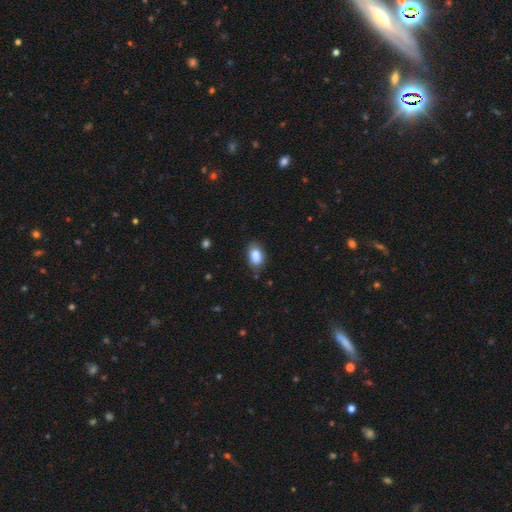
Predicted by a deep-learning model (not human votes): Overall: smooth (85%). How rounded: in between (87%). Merging: none (73%).